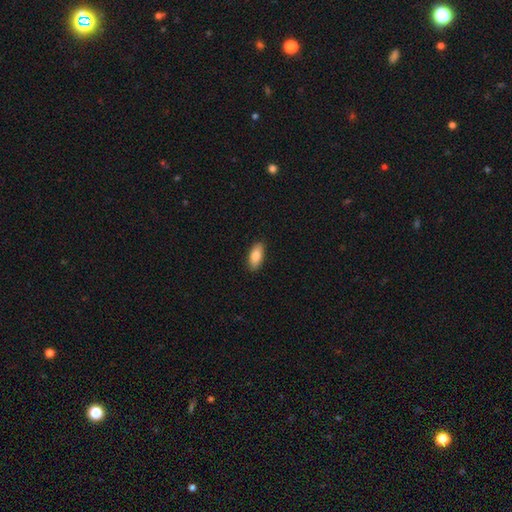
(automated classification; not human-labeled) smooth_or_featured: smooth (p=0.85) [alt: featured or disk p=0.09]
how_rounded: in between (p=0.87) [alt: cigar-shaped p=0.11]
merging: none (p=0.88) [alt: minor disturbance p=0.09]